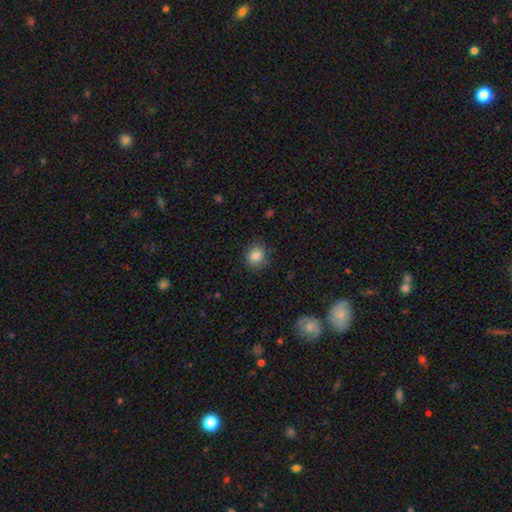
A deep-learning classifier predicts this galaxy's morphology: Smooth or featured? smooth (85%)
How rounded? round (77%)
Merging? none (84%)